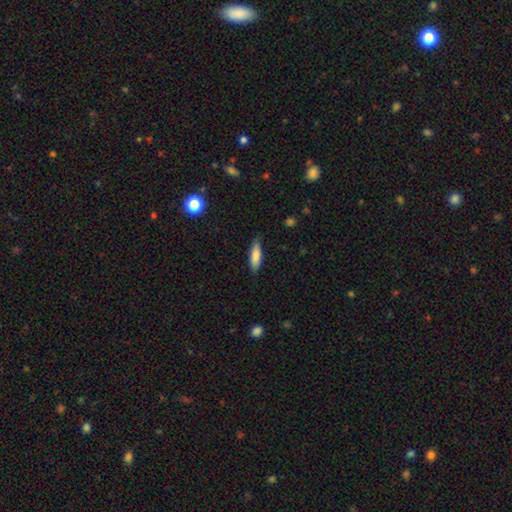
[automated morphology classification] Q: Smooth or featured?
A: smooth (81%); runner-up: featured or disk (13%)
Q: How rounded?
A: cigar-shaped (54%); runner-up: in between (44%)
Q: Merging?
A: none (81%); runner-up: minor disturbance (16%)